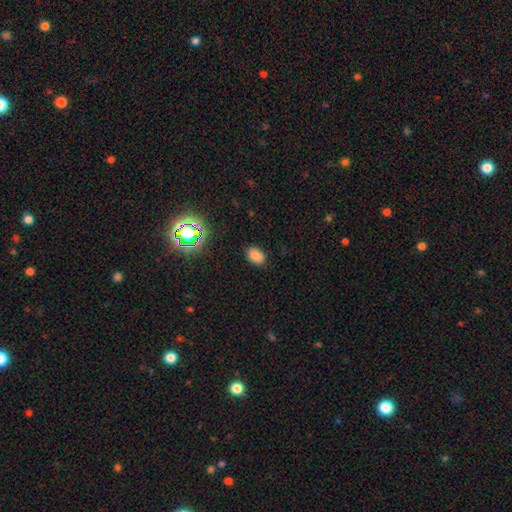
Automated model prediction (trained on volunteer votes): smooth_or_featured: smooth (p=0.79) [alt: star or artifact p=0.16]
how_rounded: in between (p=0.82) [alt: round p=0.17]
merging: none (p=0.85) [alt: minor disturbance p=0.11]